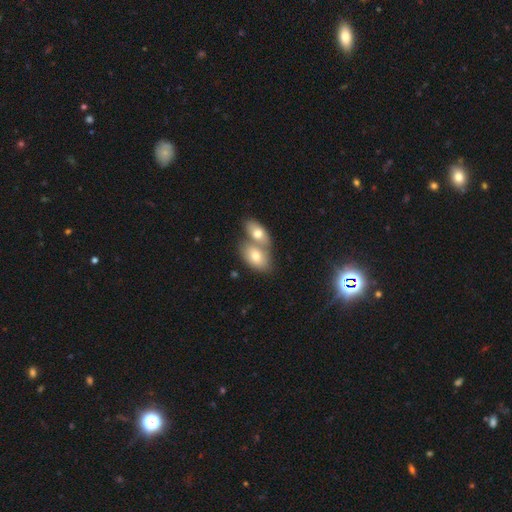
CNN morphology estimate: Smooth or featured?
  - smooth: 71% *
  - featured or disk: 21%
  - star or artifact: 8%
How rounded?
  - in between: 88% *
  - round: 10%
  - cigar-shaped: 2%
Merging?
  - merger: 60% *
  - none: 30%
  - minor disturbance: 7%
  - major disturbance: 3%